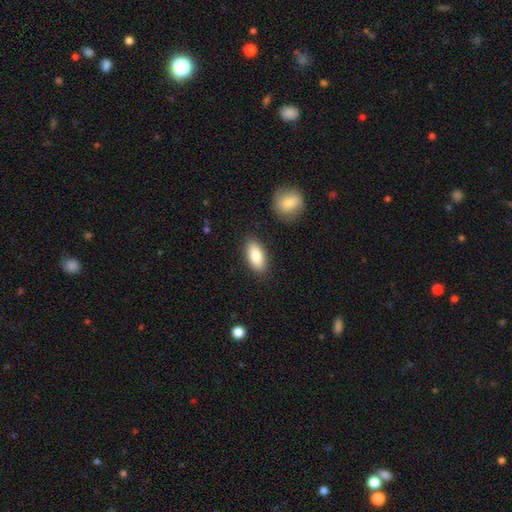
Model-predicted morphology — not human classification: Smooth or featured: smooth — 84% (featured or disk — 9%)
How rounded: in between — 88% (cigar-shaped — 10%)
Merging: none — 85% (minor disturbance — 10%)